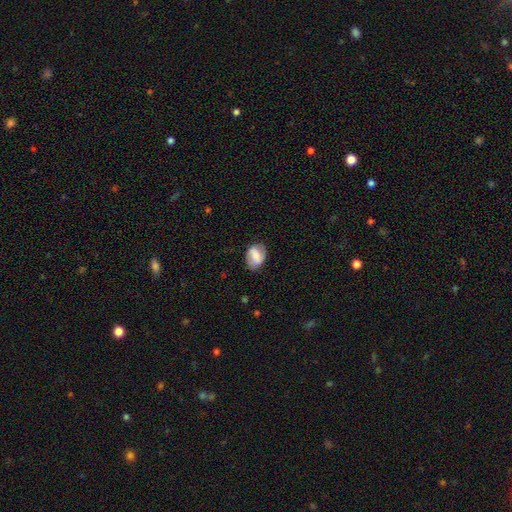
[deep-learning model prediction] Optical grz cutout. It shows a smooth galaxy with no disk features (50%). Merging: none (77%).